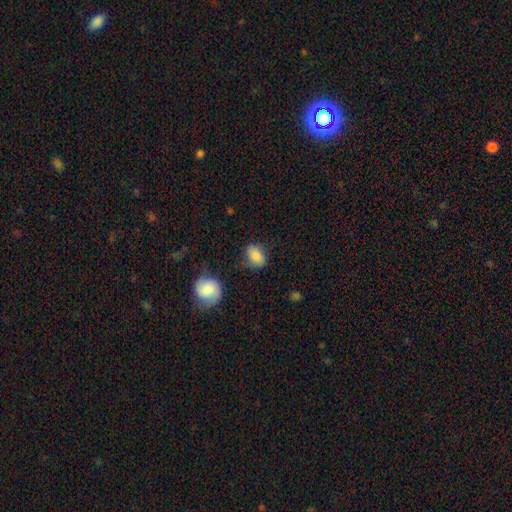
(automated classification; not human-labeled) This is clearly a smooth galaxy (84%). How rounded: likely in between (75%). Merging: likely none (72%).